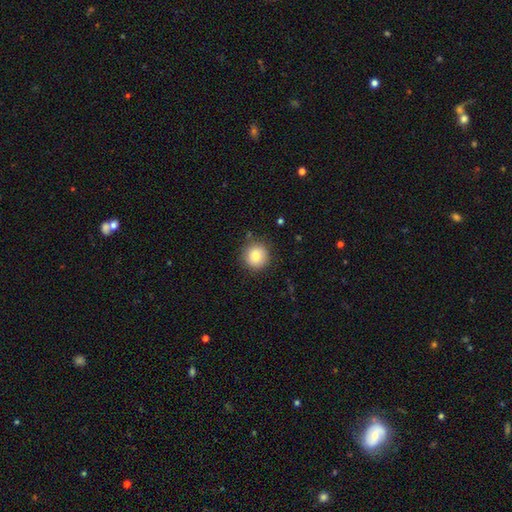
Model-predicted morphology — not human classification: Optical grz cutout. It shows a smooth galaxy with no disk features (81%) that is round (93%). Merging: none (85%).